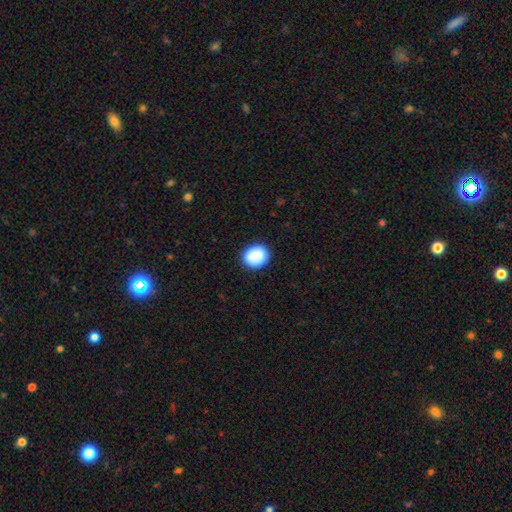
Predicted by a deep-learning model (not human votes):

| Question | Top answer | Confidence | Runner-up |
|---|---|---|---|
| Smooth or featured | smooth | 87% | star or artifact (8%) |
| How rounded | round | 71% | in between (29%) |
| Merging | none | 85% | minor disturbance (11%) |